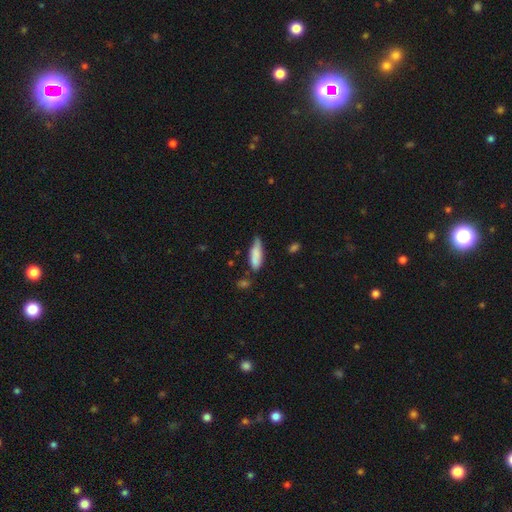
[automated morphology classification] Smooth or featured?
  - smooth: 82% *
  - featured or disk: 12%
  - star or artifact: 6%
How rounded?
  - in between: 52% *
  - cigar-shaped: 46%
  - round: 2%
Merging?
  - none: 46% *
  - minor disturbance: 39%
  - major disturbance: 9%
  - merger: 6%